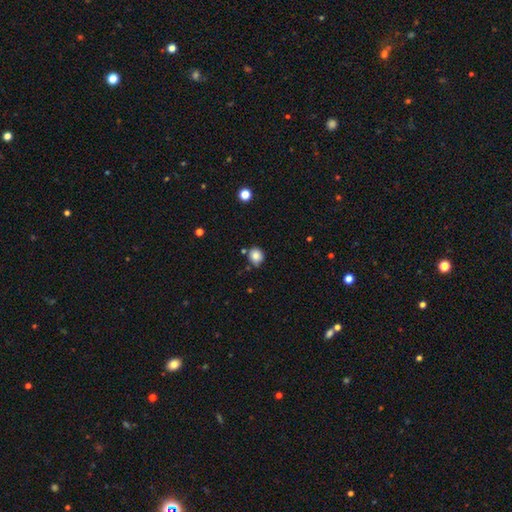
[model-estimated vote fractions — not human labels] This appears to be a smooth galaxy with no disk features (84%) that is round (76%). Merging: none (77%).